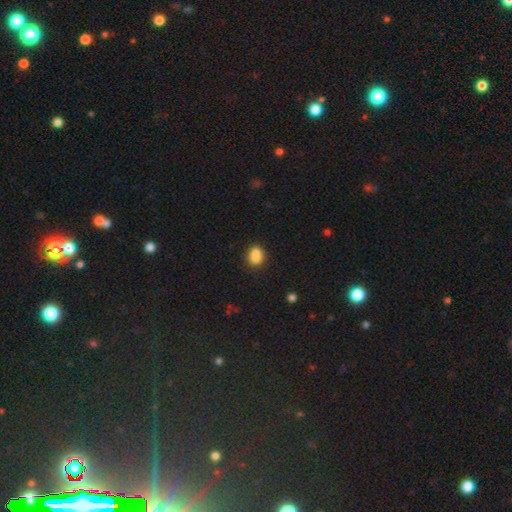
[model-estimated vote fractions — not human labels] smooth 79%, featured or disk 11%, star or artifact 10%. Down the decision tree: how rounded — round (56%); merging — none (50%).